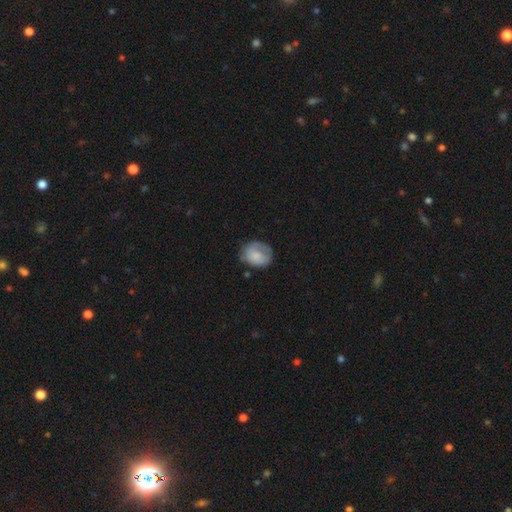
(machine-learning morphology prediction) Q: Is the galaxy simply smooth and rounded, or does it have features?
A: smooth — 70%.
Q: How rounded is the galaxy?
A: in between — 50%.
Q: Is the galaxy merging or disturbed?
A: none — 58%.